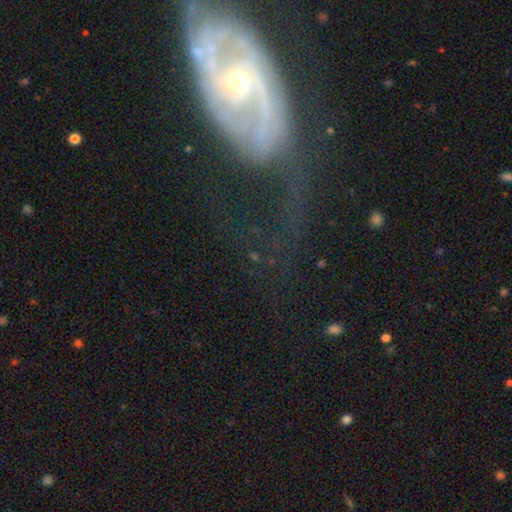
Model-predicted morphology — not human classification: smooth_or_featured: featured or disk (p=0.50) [alt: star or artifact p=0.27]
merging: none (p=0.38) [alt: major disturbance p=0.36]